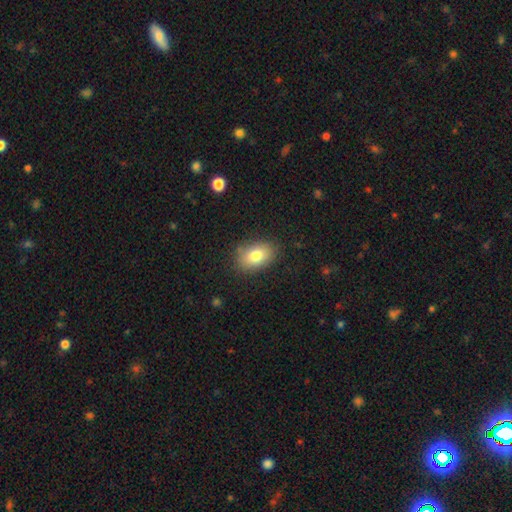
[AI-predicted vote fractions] This is clearly a smooth galaxy (80%). How rounded: clearly in between (85%). Merging: clearly none (81%).